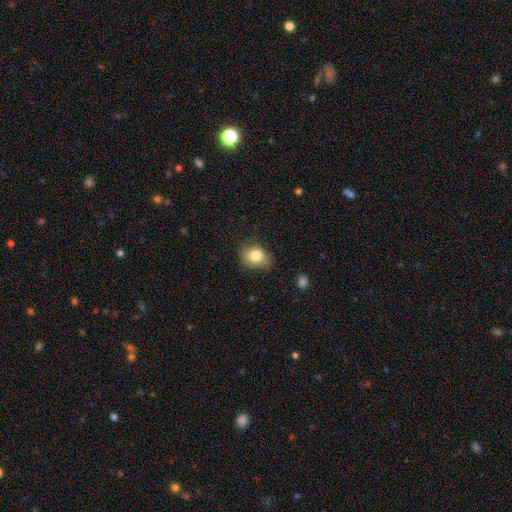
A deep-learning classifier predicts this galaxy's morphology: A smooth galaxy with no disk features (80%) that is in between round and cigar-shaped (55%).

Vote fractions:
- Smooth or featured? smooth: 80% / featured or disk: 11% / star or artifact: 9%
- How rounded? in between: 55% / round: 44% / cigar-shaped: 1%
- Merging? none: 68% / minor disturbance: 25% / major disturbance: 6% / merger: 1%